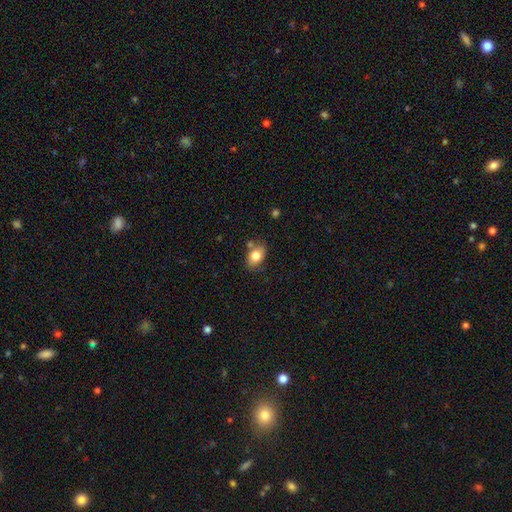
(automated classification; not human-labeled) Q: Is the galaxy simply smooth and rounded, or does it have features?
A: smooth — 80%.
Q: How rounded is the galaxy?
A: in between — 82%.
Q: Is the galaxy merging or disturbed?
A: none — 69%.